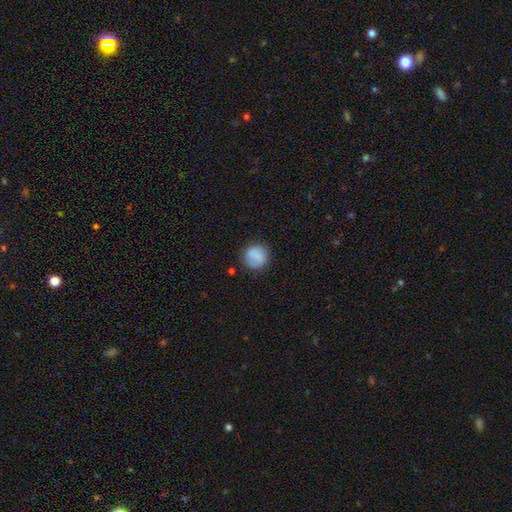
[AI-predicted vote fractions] Smooth or featured: smooth — 82% (featured or disk — 10%)
How rounded: round — 89% (in between — 10%)
Merging: none — 83% (minor disturbance — 12%)